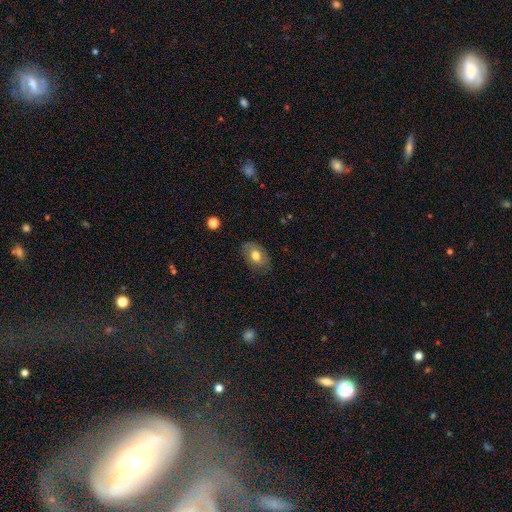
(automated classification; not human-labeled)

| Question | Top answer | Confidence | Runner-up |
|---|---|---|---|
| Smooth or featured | smooth | 69% | featured or disk (24%) |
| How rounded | in between | 86% | round (12%) |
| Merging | none | 79% | minor disturbance (16%) |